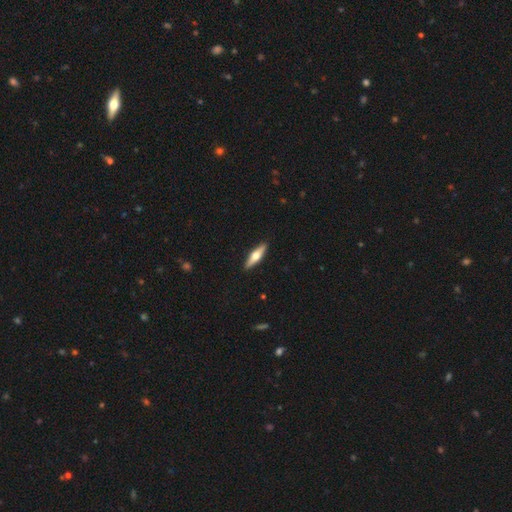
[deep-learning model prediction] featured or disk 49%, smooth 45%, star or artifact 5%. Down the decision tree: merging — none (91%).